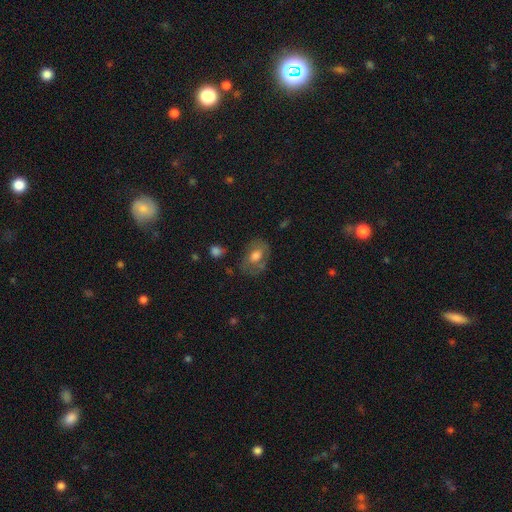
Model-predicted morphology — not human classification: This is possibly a smooth galaxy (50%). Merging: likely none (65%).